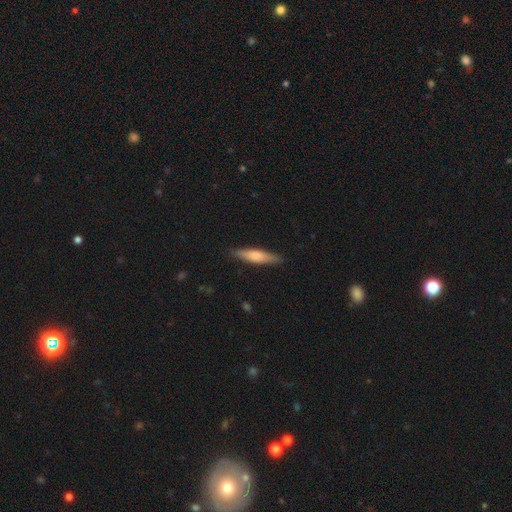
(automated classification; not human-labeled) The model was most divided on "smooth or featured": smooth: 67%, featured or disk: 28%, star or artifact: 5%. More confident: merging — none (87%); how rounded — cigar-shaped (81%).